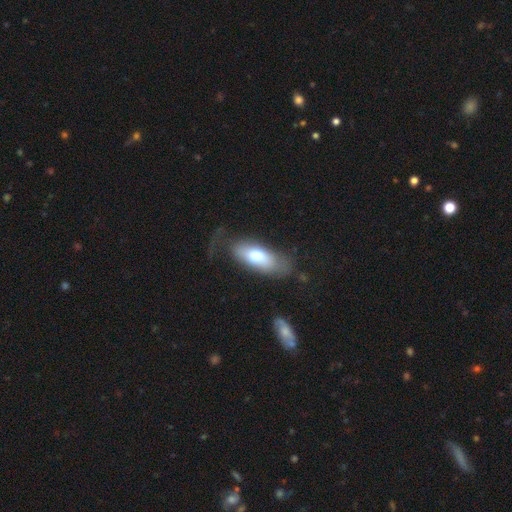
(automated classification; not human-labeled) Smooth or featured: smooth — 64% (featured or disk — 28%)
How rounded: in between — 83% (cigar-shaped — 13%)
Merging: none — 54% (minor disturbance — 23%)